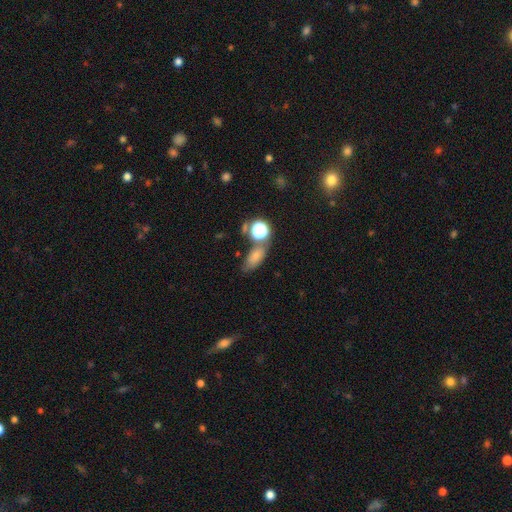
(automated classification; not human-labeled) Q: Smooth or featured?
A: smooth (69%); runner-up: star or artifact (18%)
Q: How rounded?
A: in between (76%); runner-up: round (17%)
Q: Merging?
A: none (55%); runner-up: merger (19%)